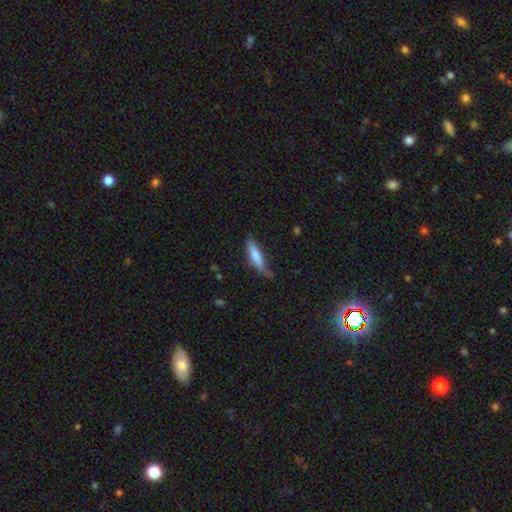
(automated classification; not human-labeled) This is likely a smooth galaxy (75%). How rounded: likely cigar-shaped (77%). Merging: likely none (70%).